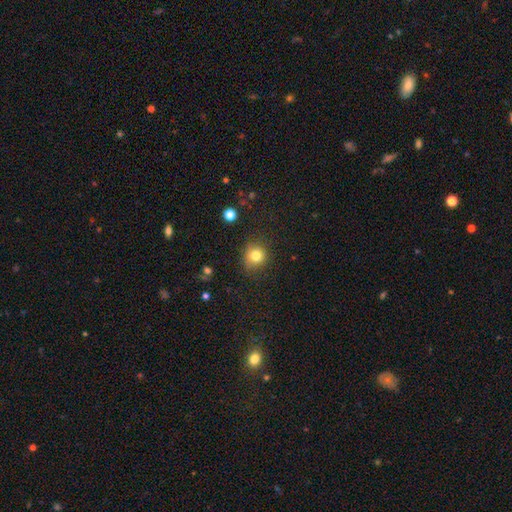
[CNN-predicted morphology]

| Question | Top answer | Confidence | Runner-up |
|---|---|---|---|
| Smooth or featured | smooth | 80% | star or artifact (13%) |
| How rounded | round | 83% | in between (16%) |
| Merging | none | 75% | minor disturbance (18%) |